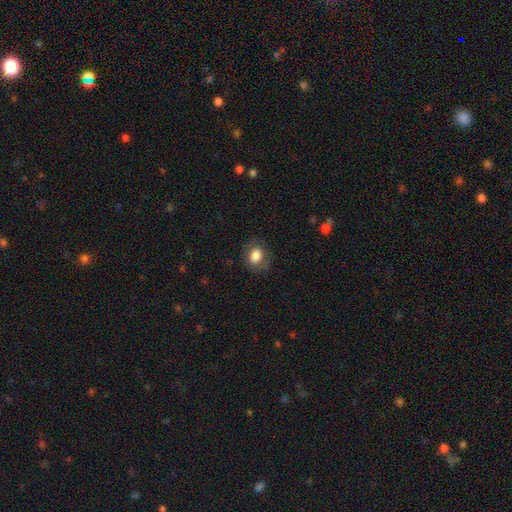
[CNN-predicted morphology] This appears to be a smooth galaxy with no disk features (78%) that is in between round and cigar-shaped (56%). Merging: none (78%).